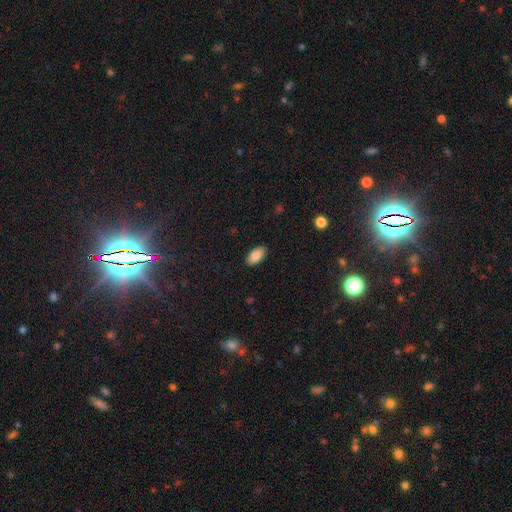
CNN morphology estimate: smooth_or_featured: smooth (p=0.88) [alt: star or artifact p=0.07]
how_rounded: in between (p=0.94) [alt: cigar-shaped p=0.03]
merging: none (p=0.88) [alt: minor disturbance p=0.09]